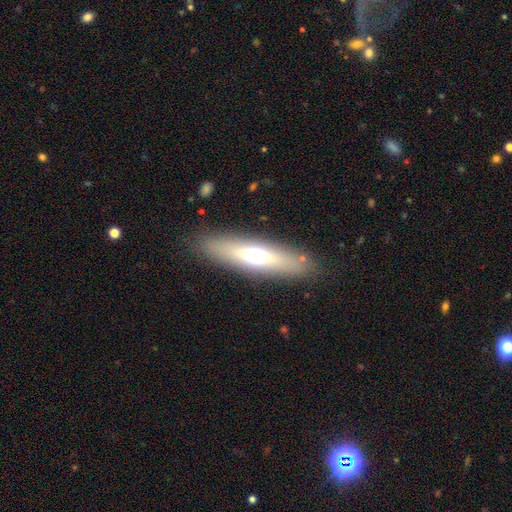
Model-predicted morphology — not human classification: smooth-or-featured: smooth: 49% | featured or disk: 42% | star or artifact: 9%
  merging: none: 86% | minor disturbance: 9% | major disturbance: 4% | merger: 2%